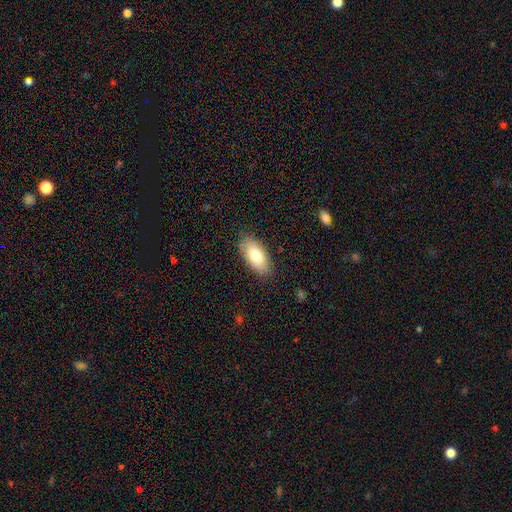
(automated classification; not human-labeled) A smooth galaxy with no disk features (81%) that is in between round and cigar-shaped (90%). Merging: none (85%).